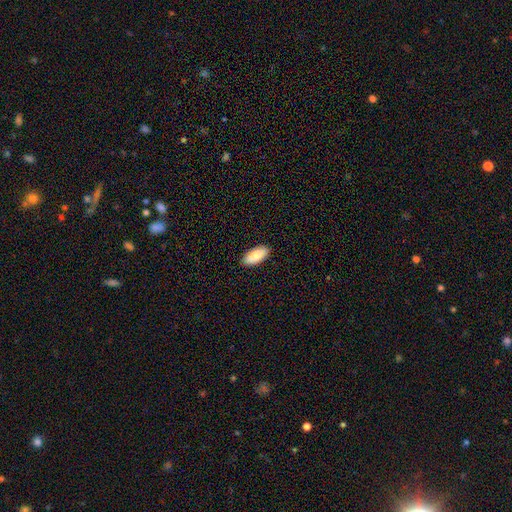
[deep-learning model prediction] Q: Smooth or featured?
A: smooth (86%); runner-up: featured or disk (9%)
Q: How rounded?
A: in between (91%); runner-up: cigar-shaped (7%)
Q: Merging?
A: none (90%); runner-up: minor disturbance (7%)